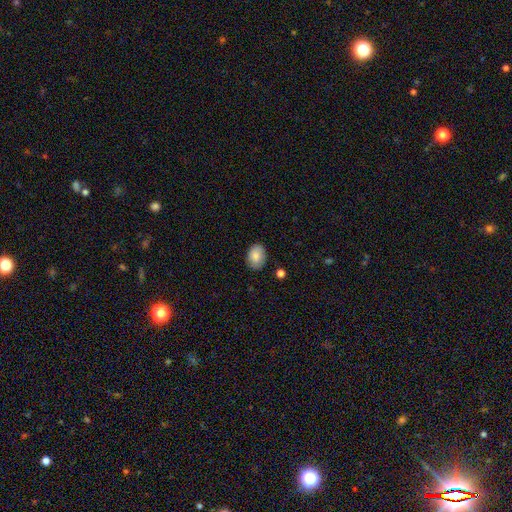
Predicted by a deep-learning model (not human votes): A smooth galaxy with no disk features (85%) that is in between round and cigar-shaped (75%).

Vote fractions:
- Smooth or featured? smooth: 85% / featured or disk: 8% / star or artifact: 7%
- How rounded? in between: 75% / round: 24% / cigar-shaped: 1%
- Merging? none: 84% / minor disturbance: 12% / major disturbance: 2% / merger: 2%